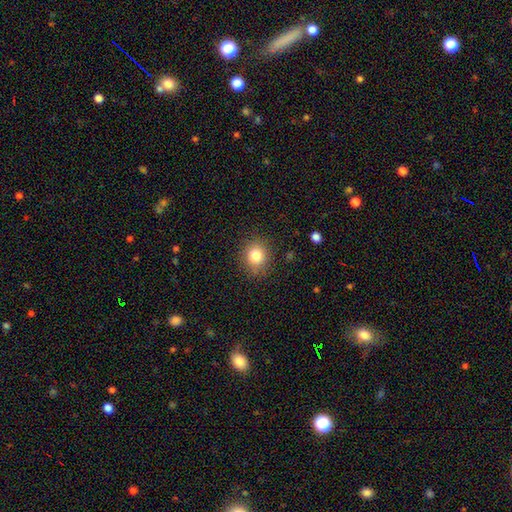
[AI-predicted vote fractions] A smooth galaxy with no disk features (82%) that is round (78%).

Vote fractions:
- Smooth or featured? smooth: 82% / star or artifact: 11% / featured or disk: 7%
- How rounded? round: 78% / in between: 21% / cigar-shaped: 1%
- Merging? none: 86% / minor disturbance: 10% / major disturbance: 3% / merger: 1%